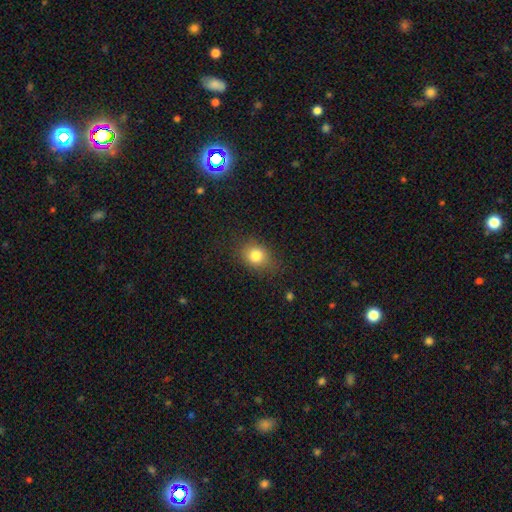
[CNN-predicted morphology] This appears to be a smooth galaxy with no disk features (80%) that is round (51%). Merging: none (77%).